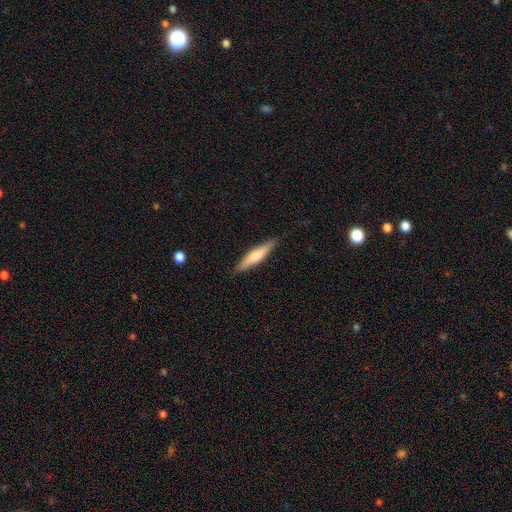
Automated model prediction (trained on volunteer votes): A smooth galaxy with no disk features (57%) that is cigar-shaped (85%). Merging: none (88%).